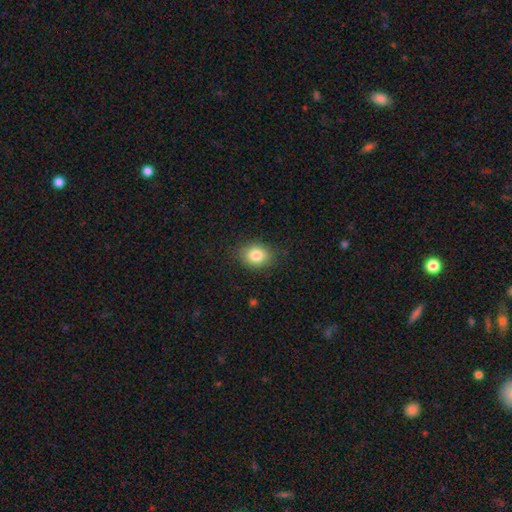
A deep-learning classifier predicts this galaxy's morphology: This appears to be a smooth galaxy with no disk features (84%) that is in between round and cigar-shaped (53%). Merging: none (85%).